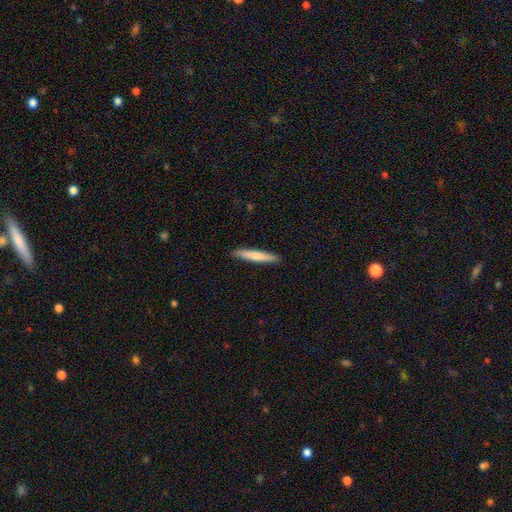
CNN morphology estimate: Smooth or featured: smooth — 74% (featured or disk — 22%)
How rounded: cigar-shaped — 94% (in between — 5%)
Merging: none — 91% (minor disturbance — 6%)